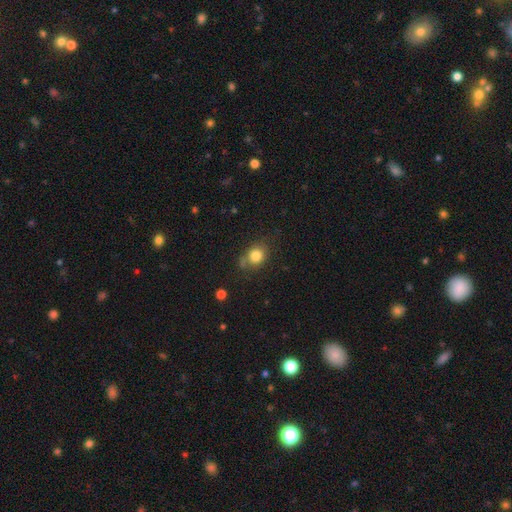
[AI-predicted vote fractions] Smooth or featured: smooth — 81% (star or artifact — 11%)
How rounded: round — 65% (in between — 34%)
Merging: none — 65% (minor disturbance — 21%)